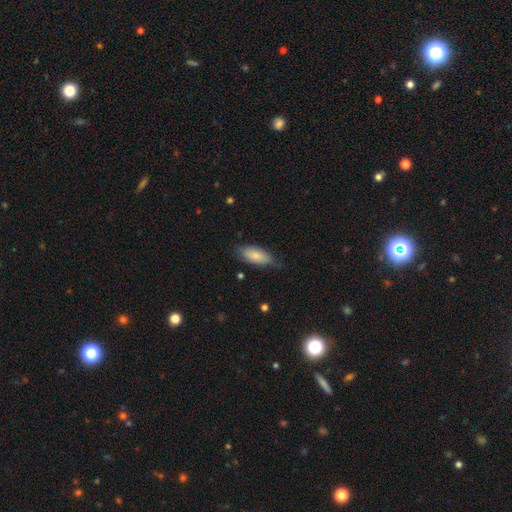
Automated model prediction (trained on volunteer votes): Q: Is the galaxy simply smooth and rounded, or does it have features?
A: smooth — 83%.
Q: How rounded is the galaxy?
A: in between — 83%.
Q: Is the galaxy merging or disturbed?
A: none — 71%.